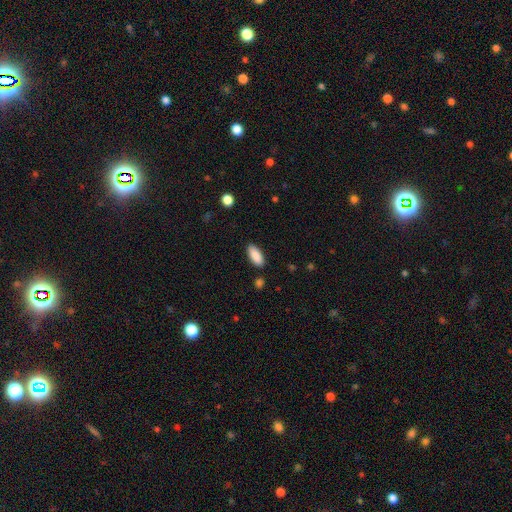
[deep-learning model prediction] This is clearly a smooth galaxy (89%). How rounded: clearly in between (84%). Merging: clearly none (86%).